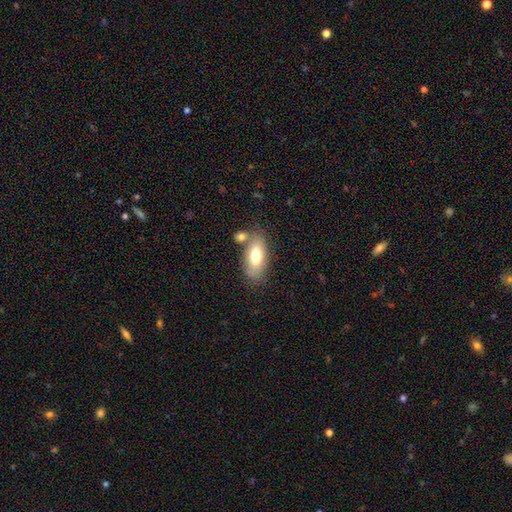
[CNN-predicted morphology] Smooth or featured: smooth — 72% (featured or disk — 22%)
How rounded: in between — 87% (cigar-shaped — 9%)
Merging: none — 61% (merger — 18%)